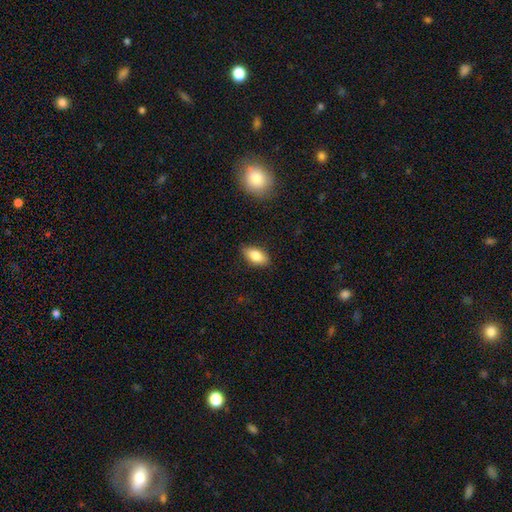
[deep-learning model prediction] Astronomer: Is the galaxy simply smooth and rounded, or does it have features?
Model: smooth — 84%.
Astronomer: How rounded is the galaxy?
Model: in between — 90%.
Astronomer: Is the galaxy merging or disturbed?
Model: none — 86%.